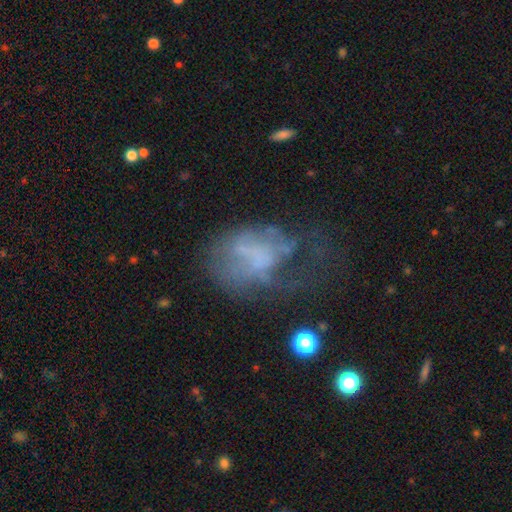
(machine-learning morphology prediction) type=featured or disk (50%); merging=major disturbance (45%).